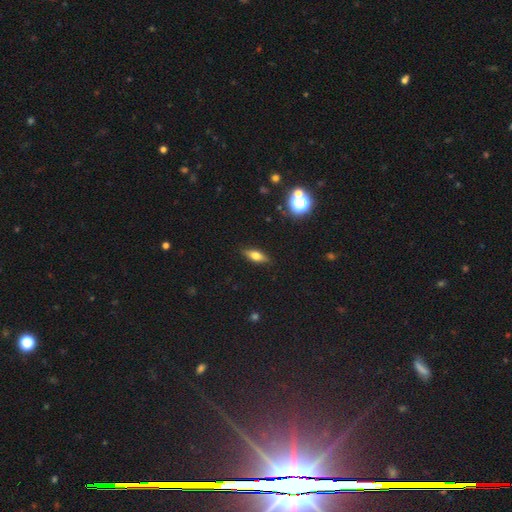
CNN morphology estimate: smooth_or_featured: smooth (p=0.58) [alt: featured or disk p=0.32]
how_rounded: in between (p=0.60) [alt: cigar-shaped p=0.35]
merging: none (p=0.88) [alt: minor disturbance p=0.09]